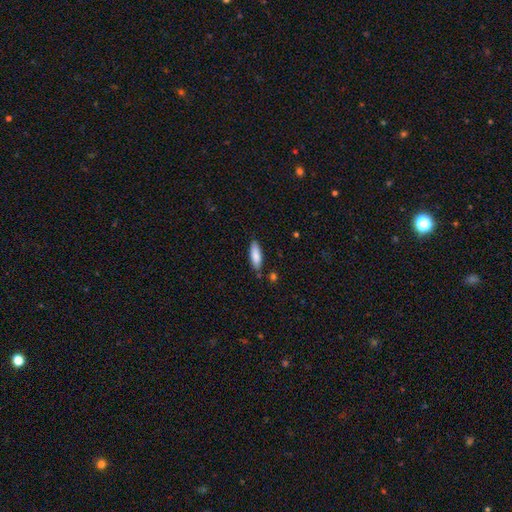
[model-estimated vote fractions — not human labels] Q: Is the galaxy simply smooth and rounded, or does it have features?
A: smooth — 85%.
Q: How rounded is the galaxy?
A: in between — 58%.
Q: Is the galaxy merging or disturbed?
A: none — 82%.